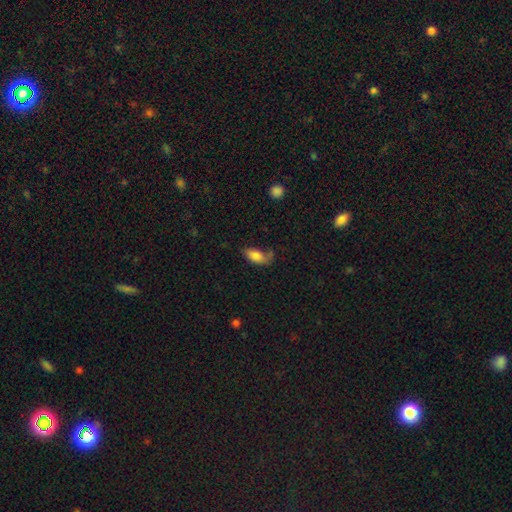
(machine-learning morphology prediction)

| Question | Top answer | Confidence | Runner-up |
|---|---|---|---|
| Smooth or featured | smooth | 81% | featured or disk (11%) |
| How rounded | in between | 89% | cigar-shaped (7%) |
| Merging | none | 46% | minor disturbance (30%) |